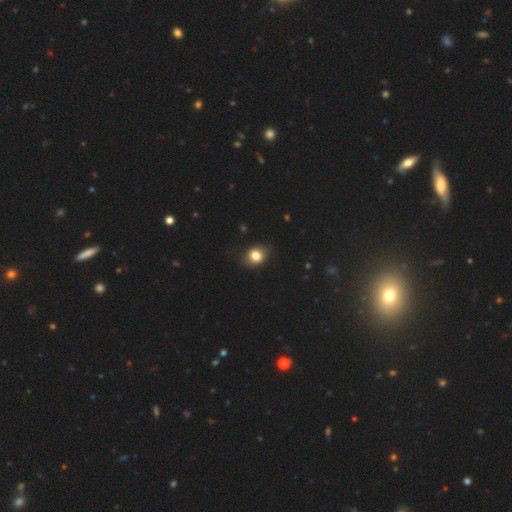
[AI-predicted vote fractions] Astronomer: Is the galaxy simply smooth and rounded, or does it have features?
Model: smooth — 80%.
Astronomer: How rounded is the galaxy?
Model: round — 59% (runner-up: in between, 40%).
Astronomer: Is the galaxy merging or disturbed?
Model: none — 78%.